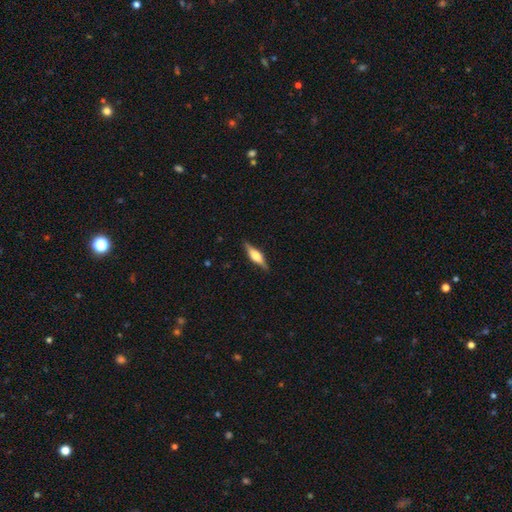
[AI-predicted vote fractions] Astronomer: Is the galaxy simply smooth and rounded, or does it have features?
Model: featured or disk — 65%.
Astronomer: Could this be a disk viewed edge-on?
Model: yes — 97%.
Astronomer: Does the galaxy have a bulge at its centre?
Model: rounded — 85%.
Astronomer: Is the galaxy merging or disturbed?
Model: none — 88%.